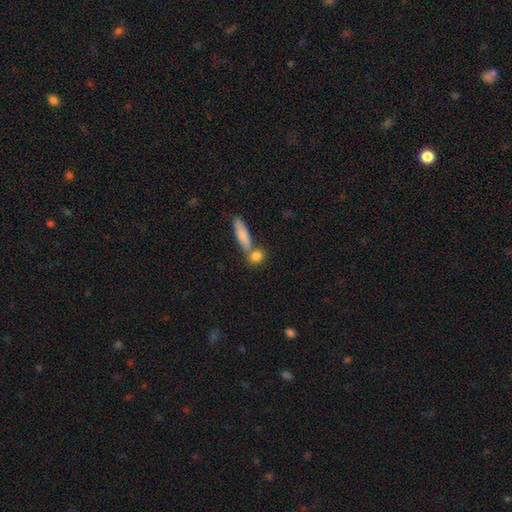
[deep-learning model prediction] A smooth galaxy with no disk features (82%) that is round (44%).

Vote fractions:
- Smooth or featured? smooth: 82% / featured or disk: 9% / star or artifact: 8%
- How rounded? round: 44% / in between: 36% / cigar-shaped: 20%
- Merging? none: 57% / merger: 30% / minor disturbance: 9% / major disturbance: 4%